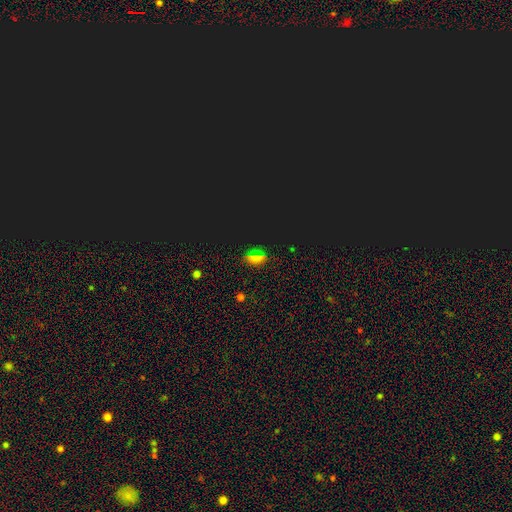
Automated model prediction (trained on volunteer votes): Smooth or featured: star or artifact — 46% (smooth — 44%)